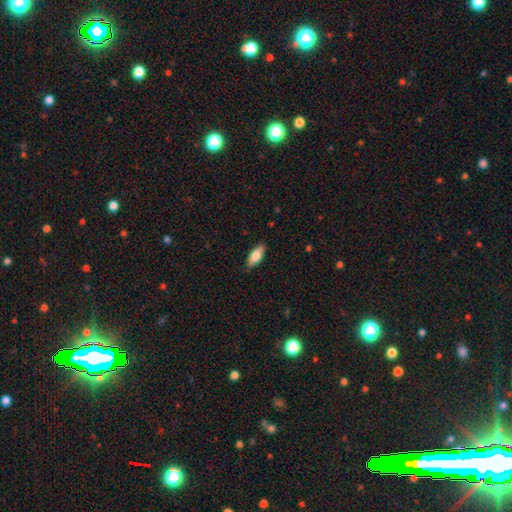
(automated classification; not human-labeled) This appears to be a smooth galaxy with no disk features (79%) that is in between round and cigar-shaped (79%). Merging: none (85%).